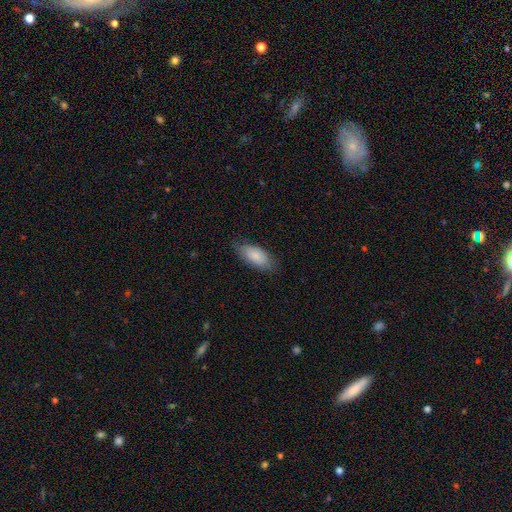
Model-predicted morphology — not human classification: This is clearly a smooth galaxy (84%). How rounded: clearly in between (90%). Merging: likely none (76%).